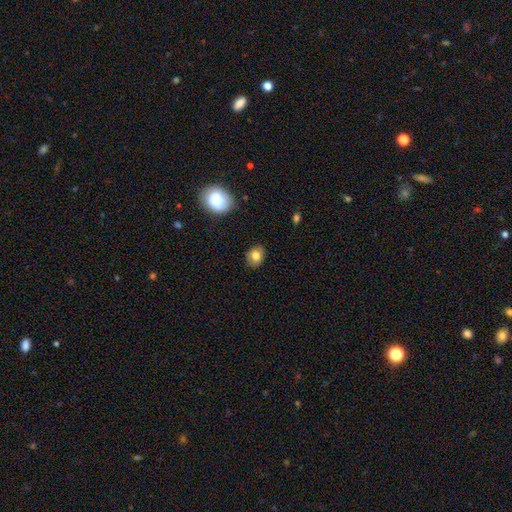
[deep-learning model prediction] Smooth or featured? smooth (80%)
How rounded? round (58%)
Merging? none (82%)